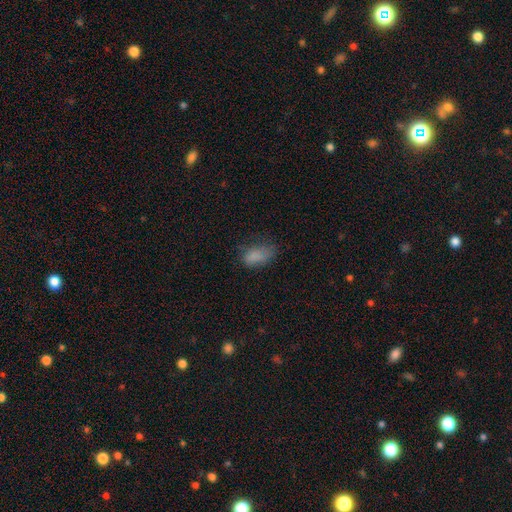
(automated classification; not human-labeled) smooth-or-featured: smooth: 78% | star or artifact: 11% | featured or disk: 11%
  how-rounded: in between: 90% | round: 7% | cigar-shaped: 4%
  merging: none: 44% | minor disturbance: 32% | major disturbance: 22% | merger: 2%